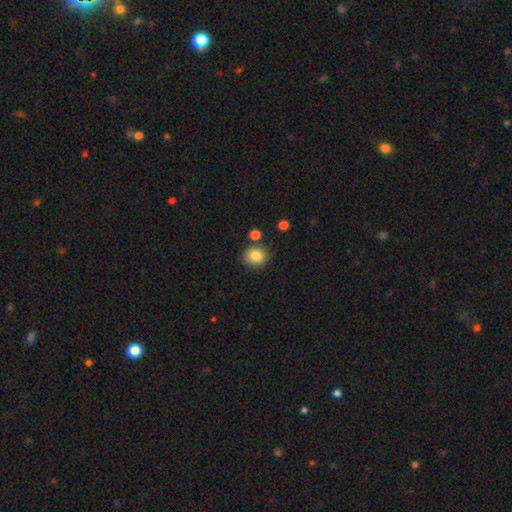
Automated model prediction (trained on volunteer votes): Smooth or featured? smooth (85%)
How rounded? round (80%)
Merging? none (80%)